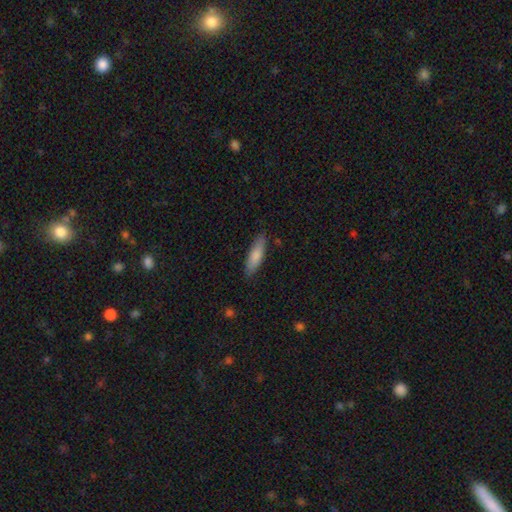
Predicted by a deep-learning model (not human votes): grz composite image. It shows a smooth galaxy with no disk features (82%) that is cigar-shaped (57%). Merging: none (84%).